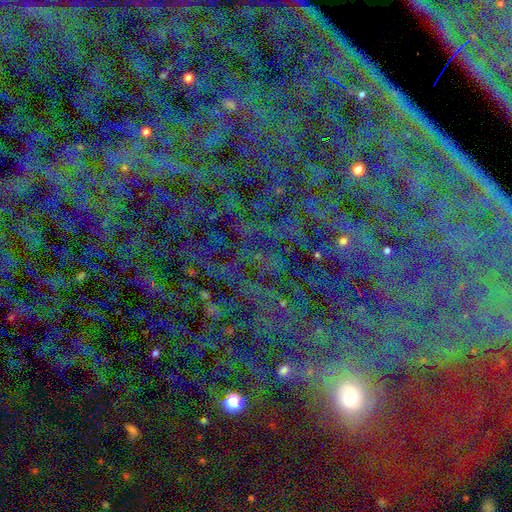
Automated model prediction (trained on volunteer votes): Smooth or featured? star or artifact (79%)